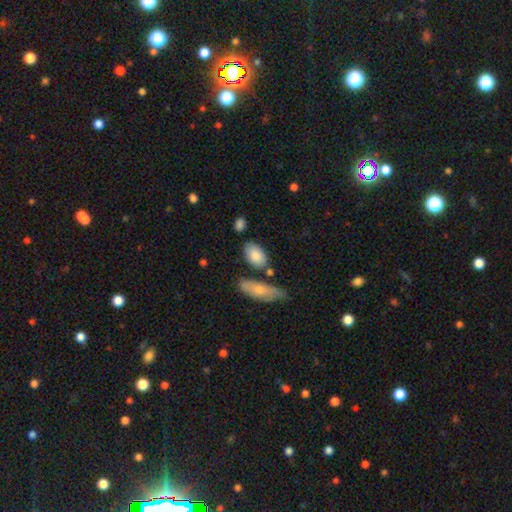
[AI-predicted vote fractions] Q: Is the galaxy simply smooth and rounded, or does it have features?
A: smooth — 82%.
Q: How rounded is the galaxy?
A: in between — 91%.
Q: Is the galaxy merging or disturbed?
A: none — 70%.